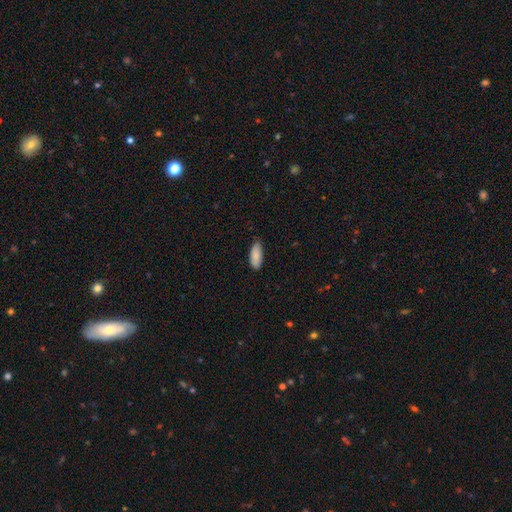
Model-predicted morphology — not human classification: Smooth or featured: smooth — 88% (featured or disk — 6%)
How rounded: in between — 81% (cigar-shaped — 17%)
Merging: none — 80% (minor disturbance — 17%)